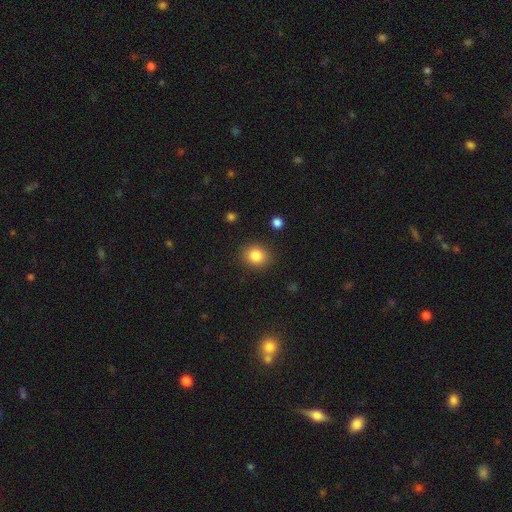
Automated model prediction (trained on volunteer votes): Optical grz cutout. It shows a smooth galaxy with no disk features (84%) that is round (72%). Merging: none (88%).